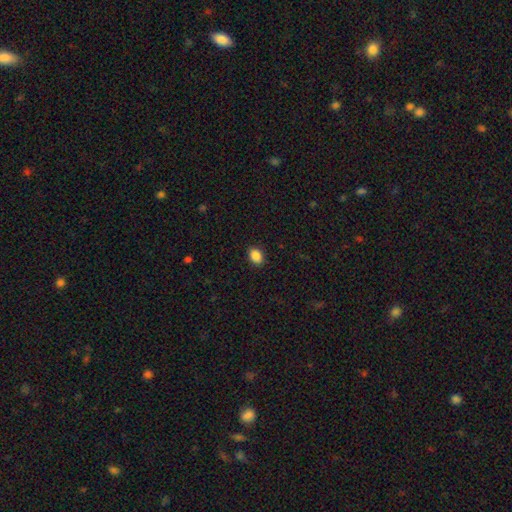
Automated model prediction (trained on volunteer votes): Smooth or featured?
  - smooth: 88% *
  - star or artifact: 9%
  - featured or disk: 3%
How rounded?
  - in between: 78% *
  - round: 21%
  - cigar-shaped: 1%
Merging?
  - none: 89% *
  - minor disturbance: 8%
  - major disturbance: 2%
  - merger: 1%